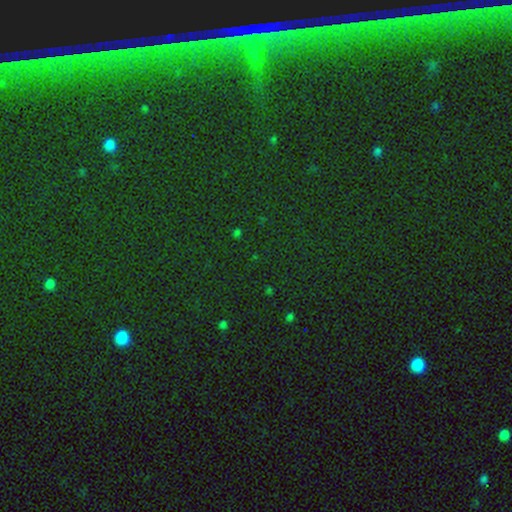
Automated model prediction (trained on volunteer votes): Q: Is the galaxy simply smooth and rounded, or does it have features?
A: star or artifact — 81%.